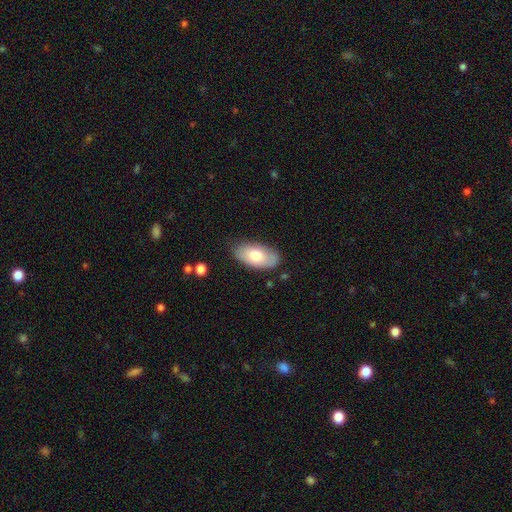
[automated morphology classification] Smooth or featured? Predicted: smooth (p=0.74). How rounded? Predicted: in between (p=0.94). Merging? Predicted: none (p=0.77).